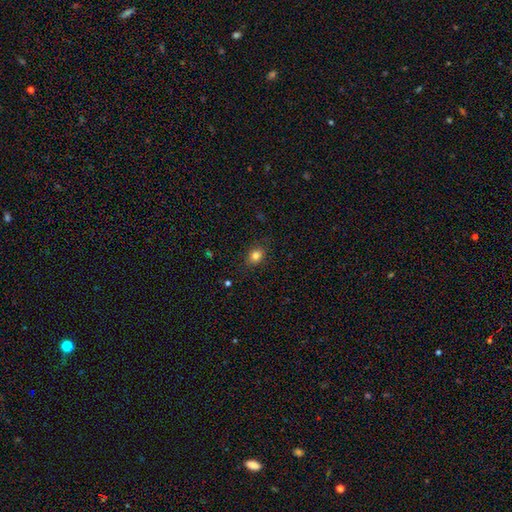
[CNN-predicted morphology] The model was most divided on "how rounded": in between: 54%, round: 45%, cigar-shaped: 1%. More confident: merging — none (86%); smooth or featured — smooth (82%).